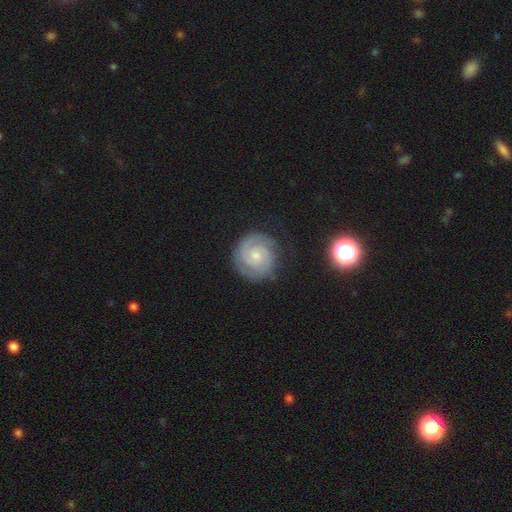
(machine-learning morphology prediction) Smooth or featured? featured or disk (86%)
Edge-on disk? no (98%)
Bar? no (61%)
Spiral arms? yes (98%)
Spiral winding? tight (79%)
Spiral arm count? 2 (82%)
Bulge size? small (58%)
Merging? none (83%)